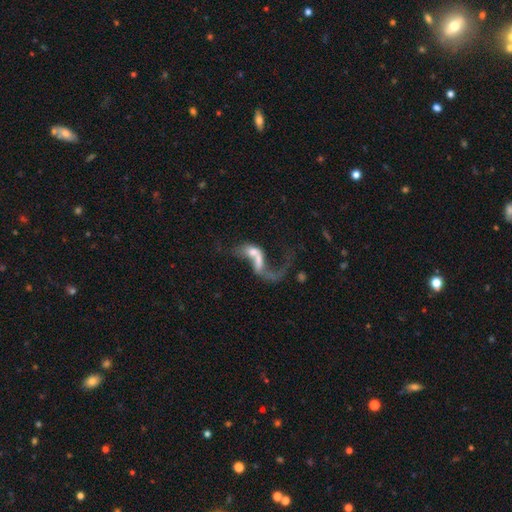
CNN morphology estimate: type=featured or disk (60%); edge-on=no (94%); bar=no (58%); spiral arms=yes (58%); bulge=moderate (32%); merging=merger (53%).